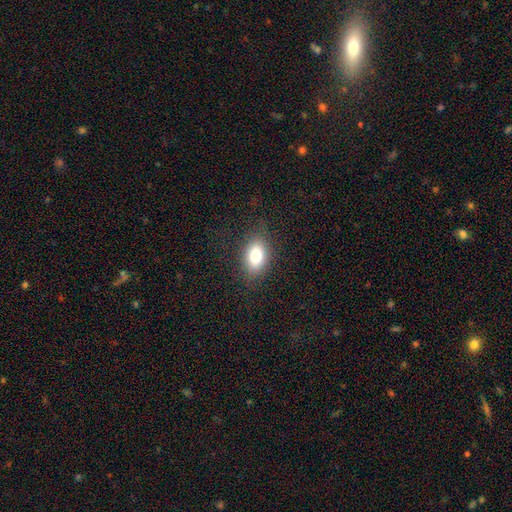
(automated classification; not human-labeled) A smooth galaxy with no disk features (78%) that is in between round and cigar-shaped (84%).

Vote fractions:
- Smooth or featured? smooth: 78% / featured or disk: 13% / star or artifact: 10%
- How rounded? in between: 84% / round: 14% / cigar-shaped: 2%
- Merging? none: 82% / minor disturbance: 13% / major disturbance: 5% / merger: 1%